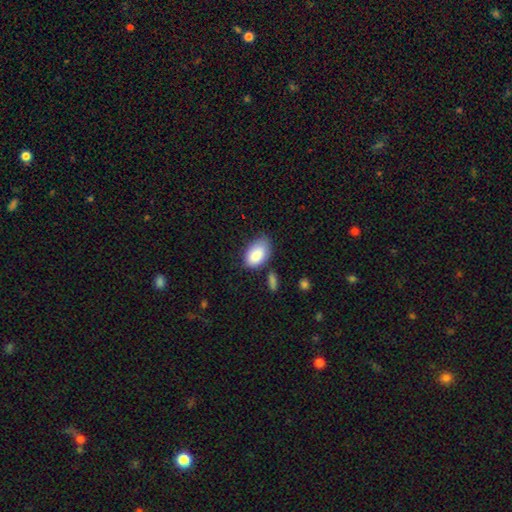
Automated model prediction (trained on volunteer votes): This appears to be a smooth galaxy with no disk features (85%) that is in between round and cigar-shaped (93%). Merging: none (60%).